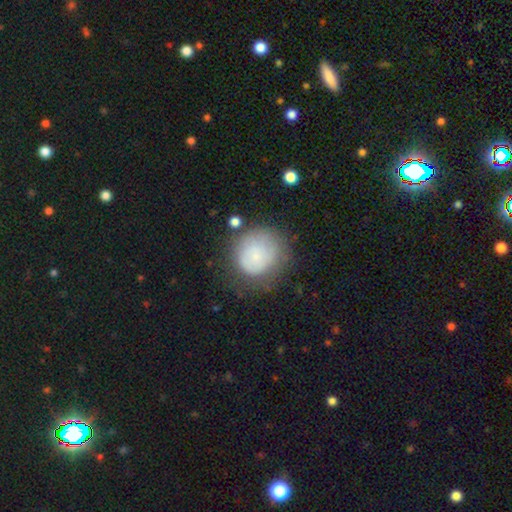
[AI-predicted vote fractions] Smooth or featured? smooth (71%)
How rounded? round (86%)
Merging? none (54%)